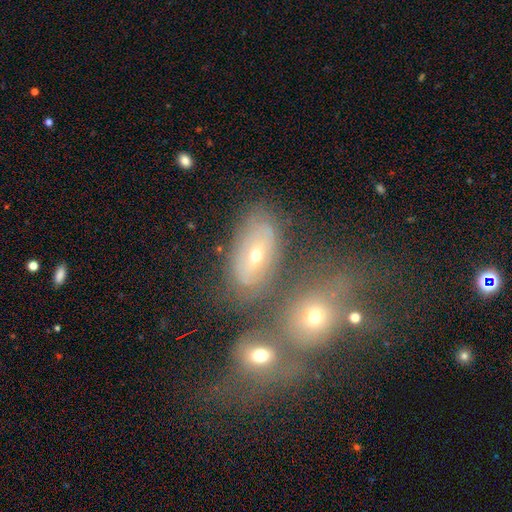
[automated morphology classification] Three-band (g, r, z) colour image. It shows a featured or disk galaxy (41%). Merging: none (56%).